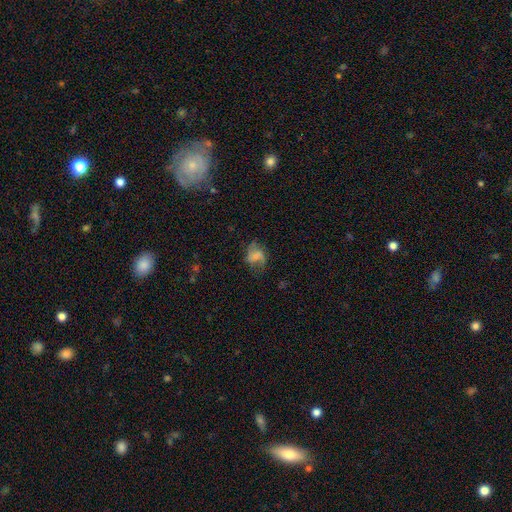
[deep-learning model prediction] Smooth or featured?
  - featured or disk: 45% *
  - smooth: 43%
  - star or artifact: 12%
Merging?
  - none: 47% *
  - major disturbance: 26%
  - minor disturbance: 24%
  - merger: 3%